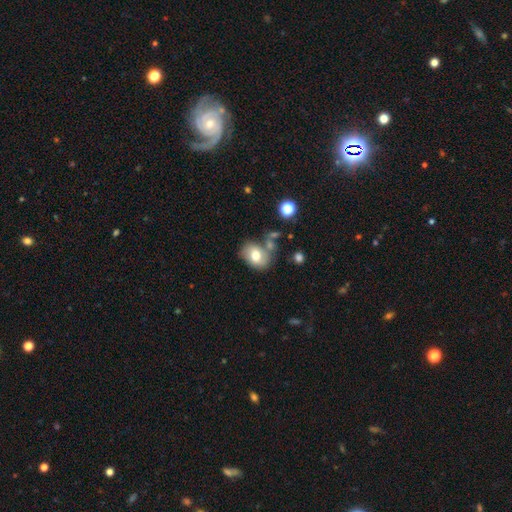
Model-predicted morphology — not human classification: This is likely a smooth galaxy (71%). How rounded: likely in between (64%). Merging: possibly none (55%).